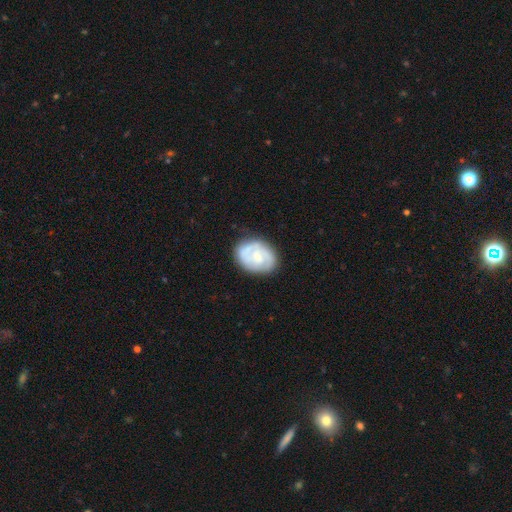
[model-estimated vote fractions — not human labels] This is likely a featured or disk galaxy (66%). It is clearly not viewed edge-on (98%). Bar: possibly no (56%). Spiral arm pattern: clearly yes (84%). Spiral arm count: possibly 2 (54%). Spiral winding: possibly tight (52%). Central bulge: possibly small (46%). Merging: likely none (75%).